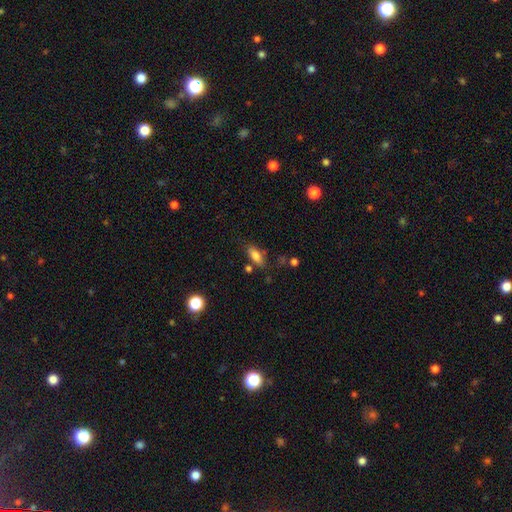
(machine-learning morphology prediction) Smooth or featured? smooth (80%)
How rounded? in between (79%)
Merging? none (71%)